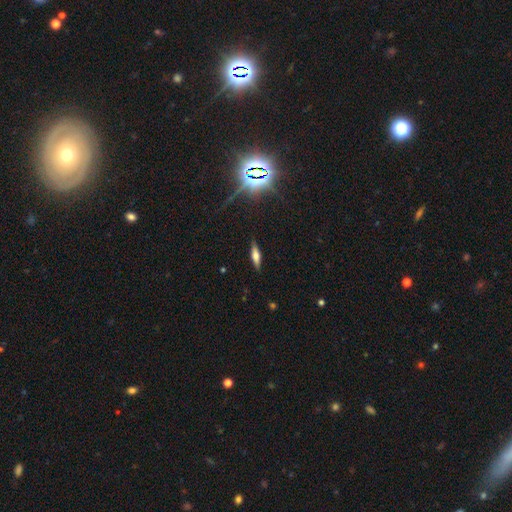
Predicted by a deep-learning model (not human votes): smooth_or_featured: smooth (p=0.47) [alt: featured or disk p=0.43]
merging: none (p=0.87) [alt: minor disturbance p=0.09]